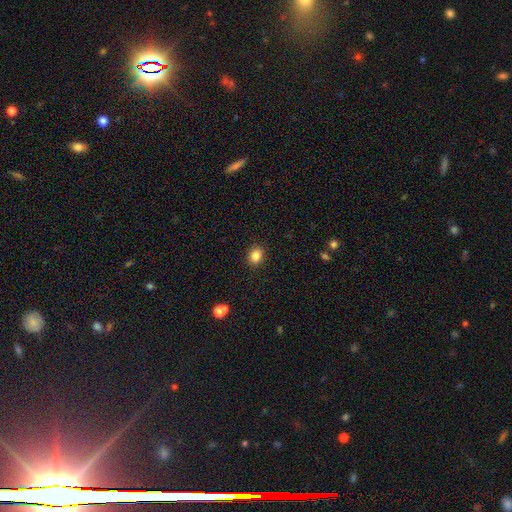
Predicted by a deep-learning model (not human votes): smooth_or_featured: smooth (p=0.85) [alt: star or artifact p=0.10]
how_rounded: in between (p=0.50) [alt: round p=0.49]
merging: none (p=0.90) [alt: minor disturbance p=0.07]